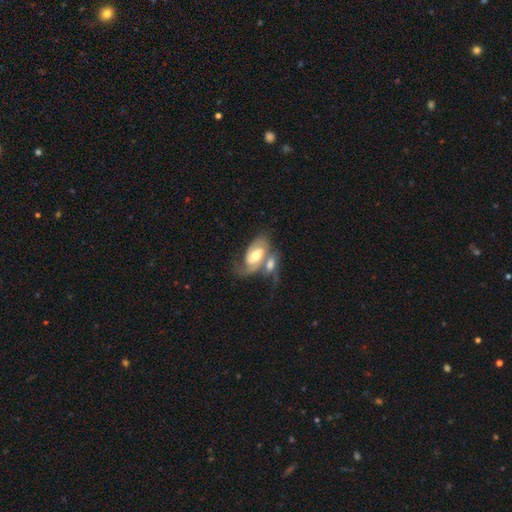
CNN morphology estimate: Smooth or featured? Predicted: featured or disk (p=0.70). Edge-on disk? Predicted: no (p=0.95). Bar? Predicted: weak (p=0.43). Spiral arms? Predicted: yes (p=0.89). Spiral winding? Predicted: medium (p=0.45). Spiral arm count? Predicted: 2 (p=0.71). Bulge size? Predicted: moderate (p=0.66). Merging? Predicted: merger (p=0.61).